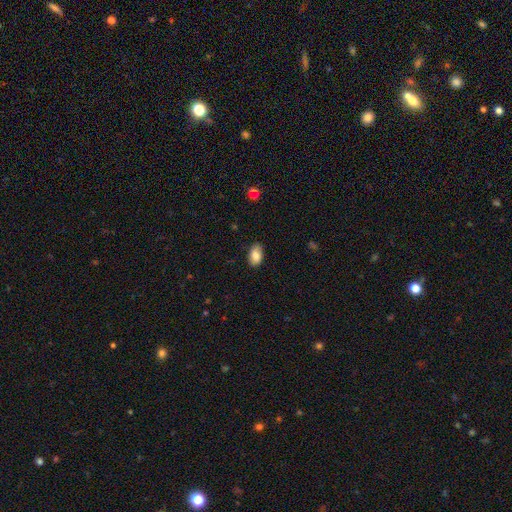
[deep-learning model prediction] Smooth or featured? Predicted: smooth (p=0.85). How rounded? Predicted: in between (p=0.92). Merging? Predicted: none (p=0.83).